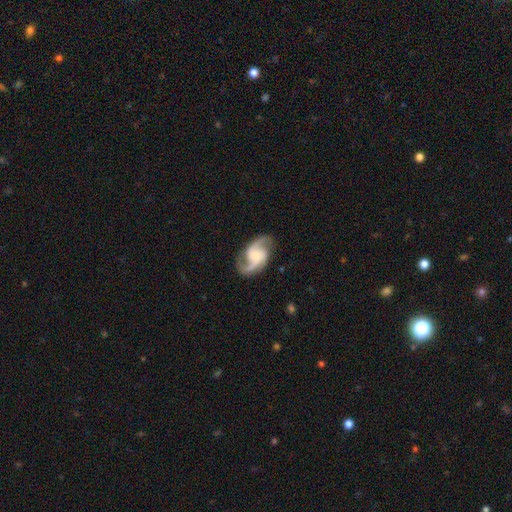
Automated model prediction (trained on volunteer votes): This is clearly a featured or disk galaxy (89%). It is clearly not viewed edge-on (98%). Bar: possibly no (52%). Spiral arm pattern: clearly yes (98%). Spiral arm count: clearly 2 (90%). Spiral winding: possibly medium (52%). Central bulge: marginally small (33%). Merging: likely none (80%).